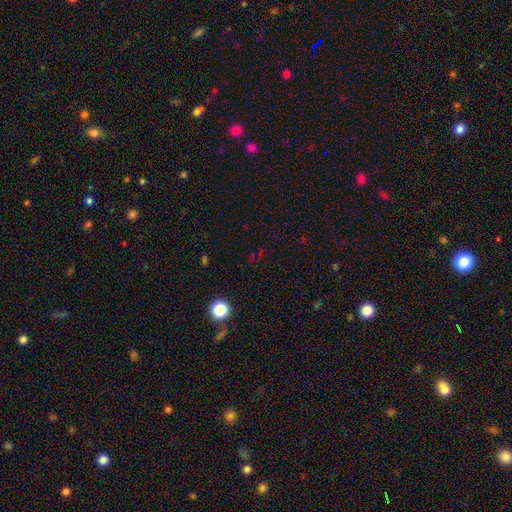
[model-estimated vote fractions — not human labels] This is likely a star or artifact rather than a galaxy (64%).